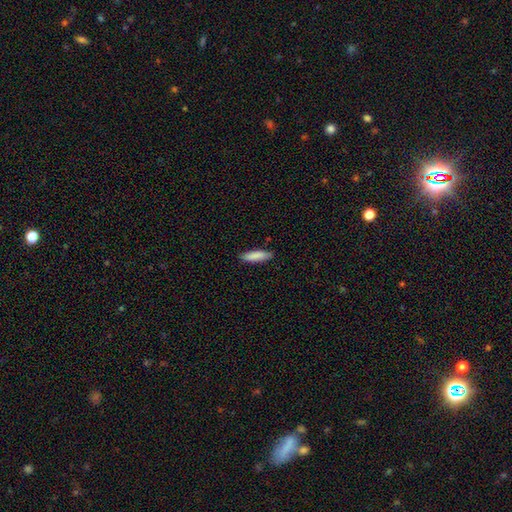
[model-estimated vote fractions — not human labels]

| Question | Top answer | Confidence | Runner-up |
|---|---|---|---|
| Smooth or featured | smooth | 87% | featured or disk (7%) |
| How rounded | cigar-shaped | 67% | in between (31%) |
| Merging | none | 85% | minor disturbance (11%) |